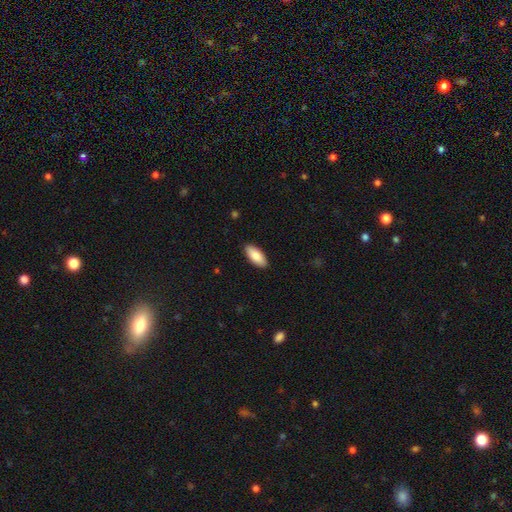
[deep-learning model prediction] A smooth galaxy with no disk features (85%) that is in between round and cigar-shaped (86%). Merging: none (89%).